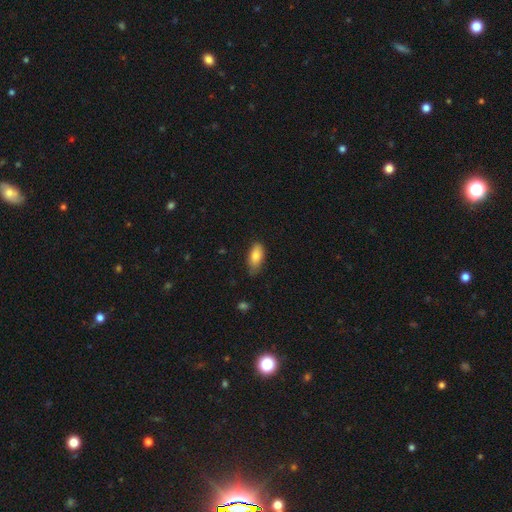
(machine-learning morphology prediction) type=smooth (82%); roundness=in between (86%); merging=none (71%).